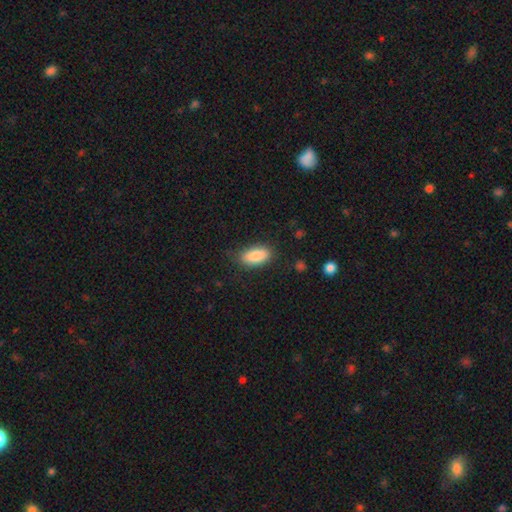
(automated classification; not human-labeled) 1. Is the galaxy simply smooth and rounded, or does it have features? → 86% smooth, 7% featured or disk, 7% star or artifact.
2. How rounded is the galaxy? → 88% in between, 9% cigar-shaped, 3% round.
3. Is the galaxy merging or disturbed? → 83% none, 13% minor disturbance, 3% major disturbance, 1% merger.